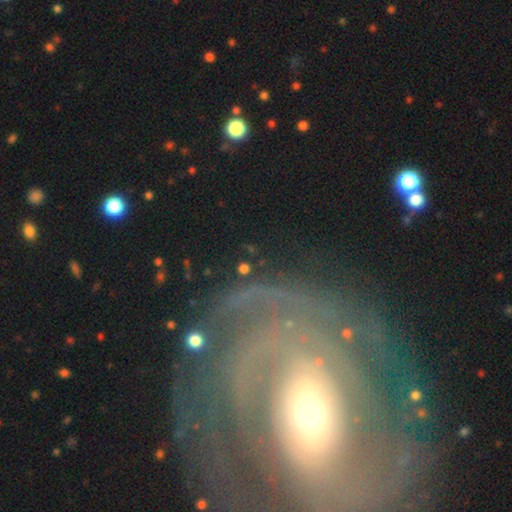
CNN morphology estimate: A featured or disk galaxy (75%) with no bar (54%), tight (63%) spiral arms (73%) and a moderate central bulge (57%). Merging: none (68%).